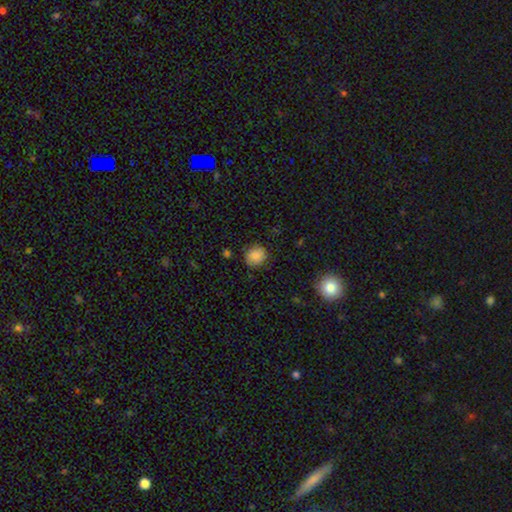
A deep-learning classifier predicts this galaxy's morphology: This appears to be a smooth galaxy with no disk features (86%) that is round (80%). Merging: none (83%).